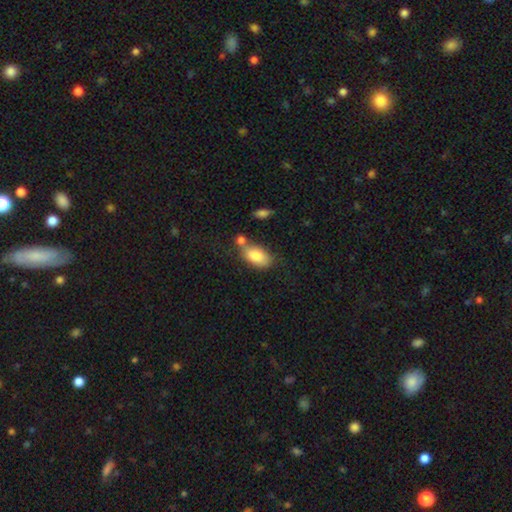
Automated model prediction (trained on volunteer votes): Morphology: type=smooth (84%); roundness=in between (92%); merging=none (51%).